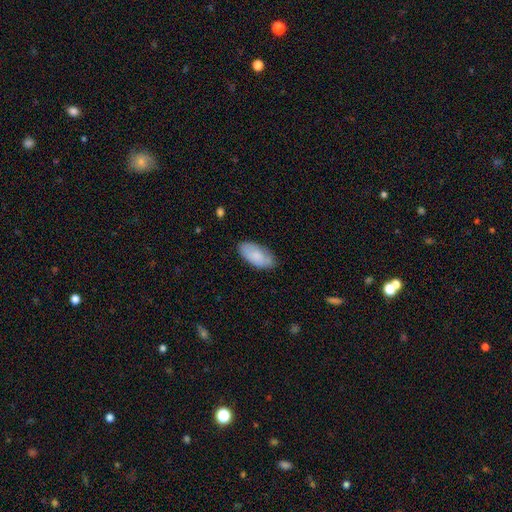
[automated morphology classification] Overall: smooth (78%). How rounded: in between (94%). Merging: none (74%).